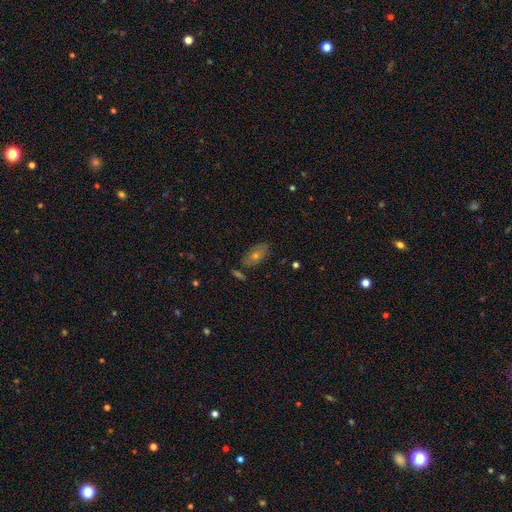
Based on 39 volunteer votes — Volunteers were most divided on "bulge size": moderate: 60%, small: 40%, dominant: 0%, large: 0%, none: 0%. More confident: bar — no (87%); spiral arms — no (80%); edge-on disk — no (68%); merging — none (67%); smooth or featured — featured or disk (56%).